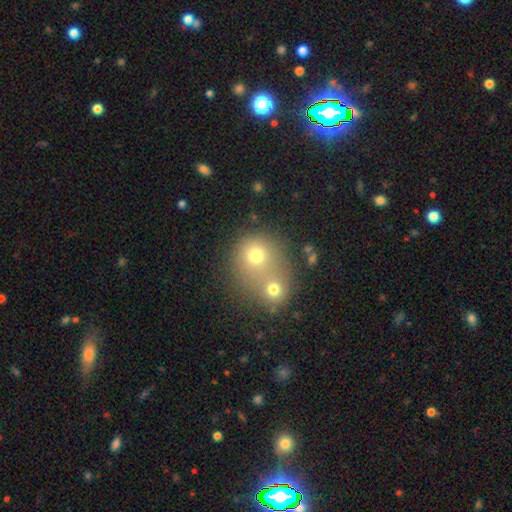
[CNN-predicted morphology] The model was most divided on "merging": merger: 59%, none: 30%, minor disturbance: 7%, major disturbance: 4%. More confident: how rounded — round (79%); smooth or featured — smooth (70%).